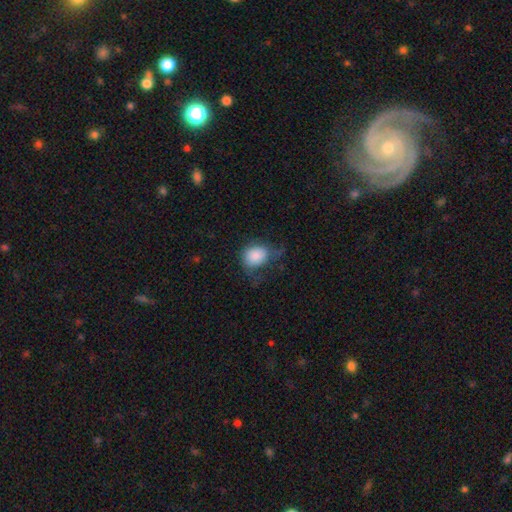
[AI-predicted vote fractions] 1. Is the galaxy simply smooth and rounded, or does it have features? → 79% smooth, 12% featured or disk, 8% star or artifact.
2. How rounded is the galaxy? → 56% round, 43% in between, 1% cigar-shaped.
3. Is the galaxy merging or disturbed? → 42% none, 31% minor disturbance, 25% major disturbance, 2% merger.